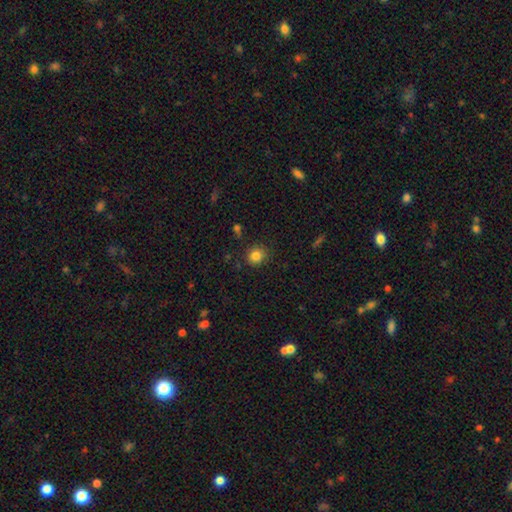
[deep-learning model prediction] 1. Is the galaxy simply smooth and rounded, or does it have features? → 84% smooth, 11% star or artifact, 5% featured or disk.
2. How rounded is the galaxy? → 82% round, 17% in between, 1% cigar-shaped.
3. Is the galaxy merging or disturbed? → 85% none, 11% minor disturbance, 3% major disturbance, 2% merger.